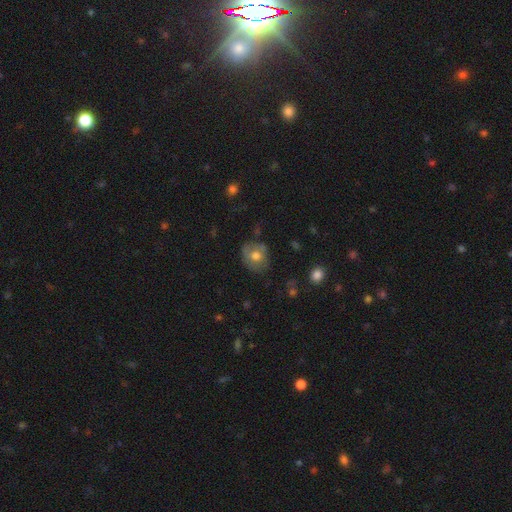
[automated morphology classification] smooth 62%, featured or disk 30%, star or artifact 8%. Down the decision tree: how rounded — round (67%); merging — none (67%).